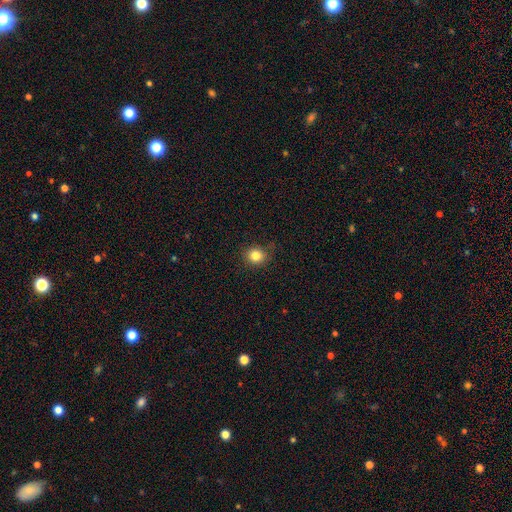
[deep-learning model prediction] smooth 83%, star or artifact 12%, featured or disk 5%. Down the decision tree: how rounded — round (84%); merging — none (85%).